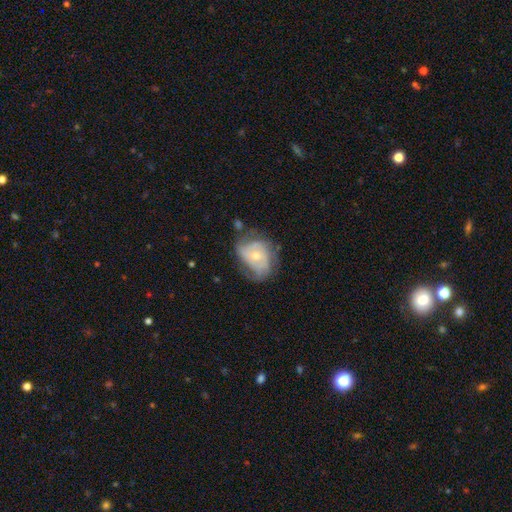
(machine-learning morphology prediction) Smooth or featured: featured or disk — 68% (smooth — 25%)
Edge-on disk: no — 97% (yes — 3%)
Bar: no — 79% (weak — 18%)
Spiral arms: yes — 81% (no — 19%)
Spiral winding: tight — 48% (medium — 36%)
Spiral arm count: can't tell — 37% (2 — 25%)
Bulge size: moderate — 49% (small — 47%)
Merging: none — 52% (minor disturbance — 29%)